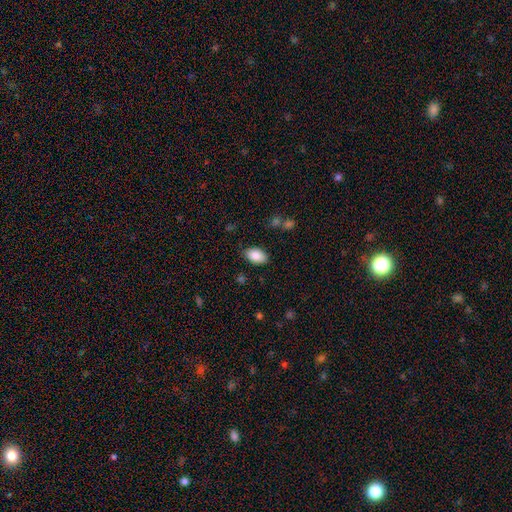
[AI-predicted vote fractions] smooth-or-featured: smooth: 88% | star or artifact: 7% | featured or disk: 5%
  how-rounded: in between: 92% | round: 7% | cigar-shaped: 1%
  merging: none: 84% | minor disturbance: 12% | major disturbance: 3% | merger: 1%